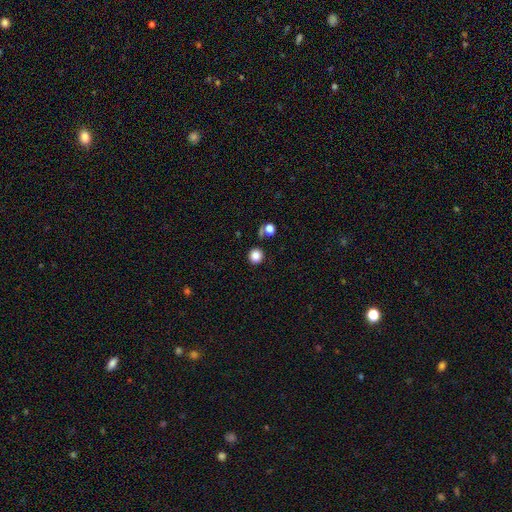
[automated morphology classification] This is clearly a smooth galaxy (84%). How rounded: clearly round (92%). Merging: clearly none (83%).